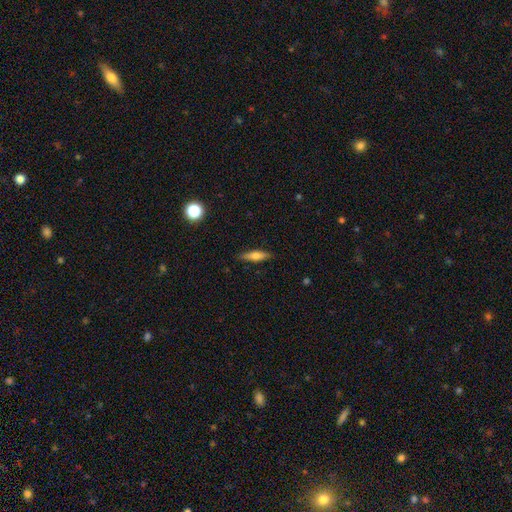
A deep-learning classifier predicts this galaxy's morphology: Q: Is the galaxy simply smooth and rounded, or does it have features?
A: smooth — 55%.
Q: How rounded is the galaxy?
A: cigar-shaped — 67%.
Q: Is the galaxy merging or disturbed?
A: none — 87%.